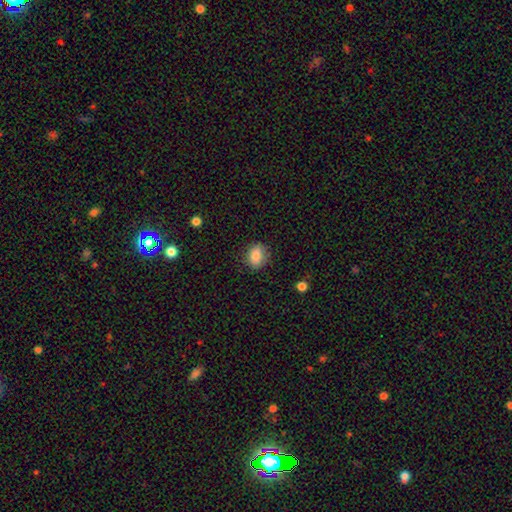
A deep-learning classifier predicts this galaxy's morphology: A smooth galaxy with no disk features (84%) that is in between round and cigar-shaped (63%).

Vote fractions:
- Smooth or featured? smooth: 84% / star or artifact: 9% / featured or disk: 7%
- How rounded? in between: 63% / round: 36% / cigar-shaped: 1%
- Merging? none: 81% / minor disturbance: 15% / major disturbance: 3% / merger: 1%